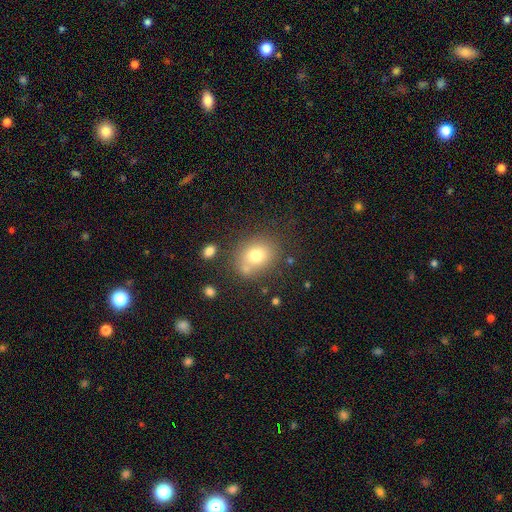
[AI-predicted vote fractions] Smooth or featured: smooth — 74% (featured or disk — 14%)
How rounded: round — 57% (in between — 42%)
Merging: none — 66% (merger — 15%)